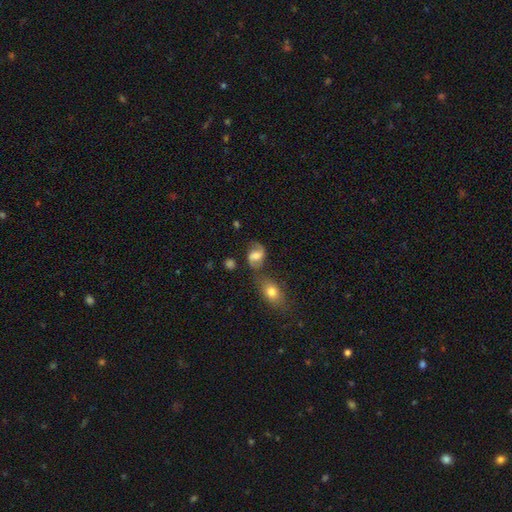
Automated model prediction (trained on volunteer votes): The model was most divided on "spiral winding": loose: 46%, medium: 43%, tight: 11%. Remaining: edge-on disk — no (97%); spiral arms — yes (91%); spiral arm count — 2 (90%); smooth or featured — featured or disk (64%); merging — none (60%); bar — weak (48%); bulge size — moderate (46%).